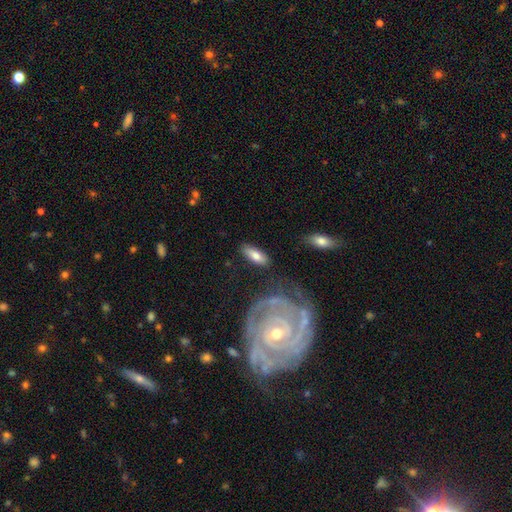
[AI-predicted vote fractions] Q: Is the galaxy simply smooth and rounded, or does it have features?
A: smooth — 73%.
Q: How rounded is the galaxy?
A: in between — 74%.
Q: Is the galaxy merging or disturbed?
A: none — 79%.